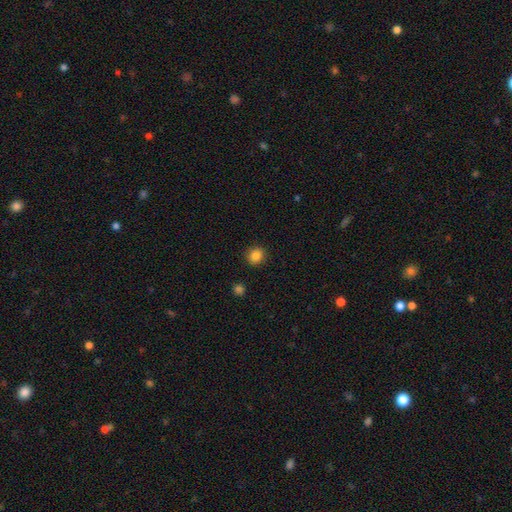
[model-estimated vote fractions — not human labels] Q: Smooth or featured?
A: smooth (85%); runner-up: star or artifact (10%)
Q: How rounded?
A: round (84%); runner-up: in between (15%)
Q: Merging?
A: none (91%); runner-up: minor disturbance (6%)